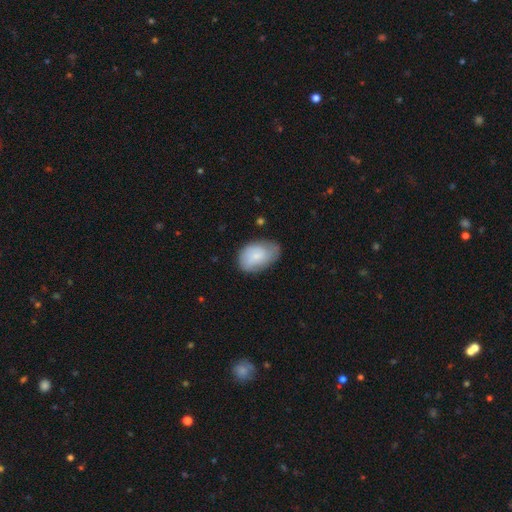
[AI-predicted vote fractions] smooth-or-featured: smooth: 67% | featured or disk: 26% | star or artifact: 7%
  how-rounded: in between: 87% | round: 12% | cigar-shaped: 1%
  merging: none: 60% | minor disturbance: 30% | major disturbance: 8% | merger: 2%